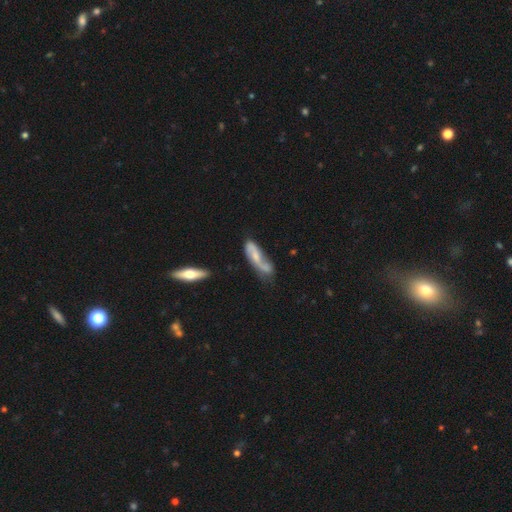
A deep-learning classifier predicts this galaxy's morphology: Smooth or featured?
  - featured or disk: 66% *
  - smooth: 28%
  - star or artifact: 6%
Edge-on disk?
  - no: 84% *
  - yes: 16%
Bar?
  - no: 48% *
  - weak: 37%
  - strong: 15%
Spiral arms?
  - yes: 87% *
  - no: 13%
Bulge size?
  - small: 49% *
  - moderate: 29%
  - none: 17%
  - large: 3%
  - dominant: 1%
Merging?
  - none: 46% *
  - minor disturbance: 28%
  - major disturbance: 15%
  - merger: 11%